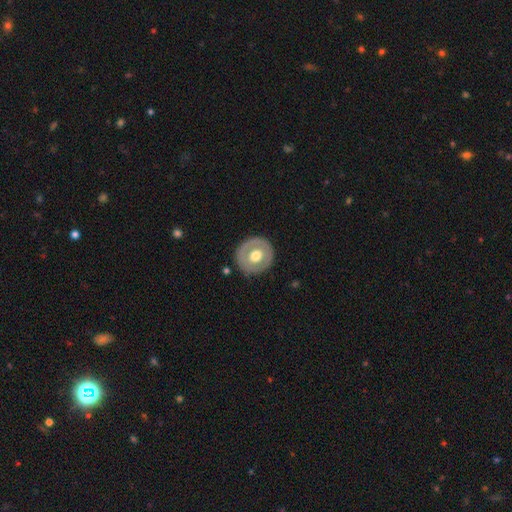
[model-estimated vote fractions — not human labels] The model was most divided on "smooth or featured": smooth: 48%, featured or disk: 47%, star or artifact: 5%. More confident: merging — none (84%).